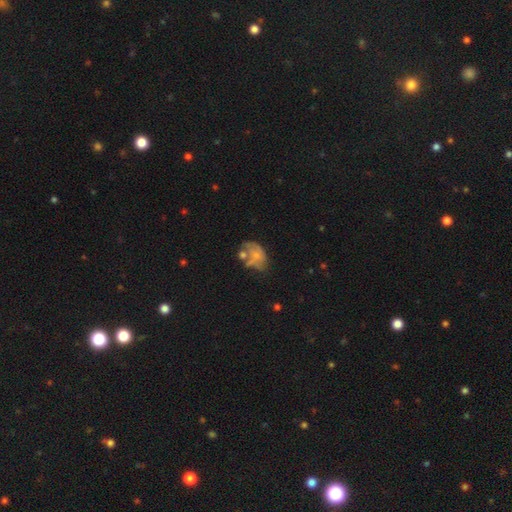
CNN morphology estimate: A featured or disk galaxy (49%). Merging: none (30%).